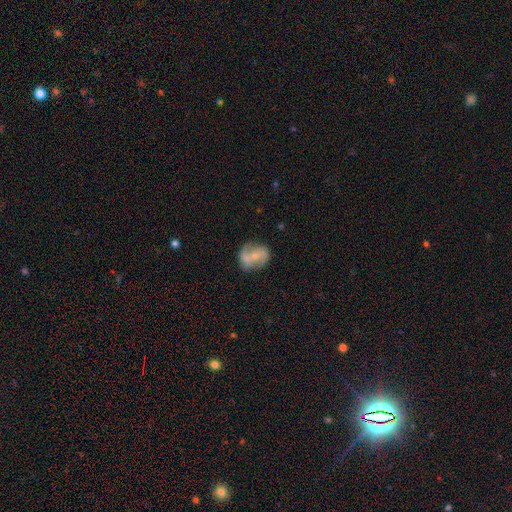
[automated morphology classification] Smooth or featured: featured or disk — 59% (smooth — 34%)
Edge-on disk: no — 97% (yes — 3%)
Bar: no — 57% (weak — 31%)
Spiral arms: yes — 78% (no — 22%)
Bulge size: small — 53% (moderate — 34%)
Merging: none — 61% (minor disturbance — 19%)